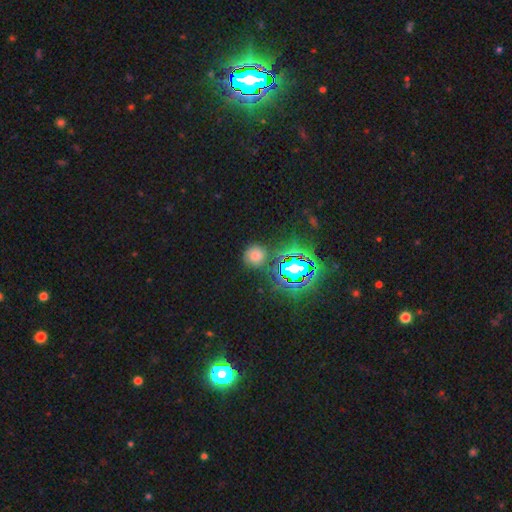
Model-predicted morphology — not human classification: smooth 56%, star or artifact 33%, featured or disk 10%. Down the decision tree: how rounded — round (85%); merging — none (77%).